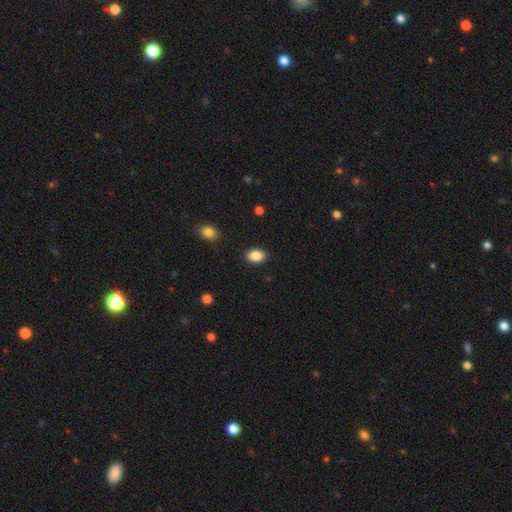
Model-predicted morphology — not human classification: smooth 87%, star or artifact 8%, featured or disk 5%. Down the decision tree: how rounded — in between (84%); merging — none (89%).